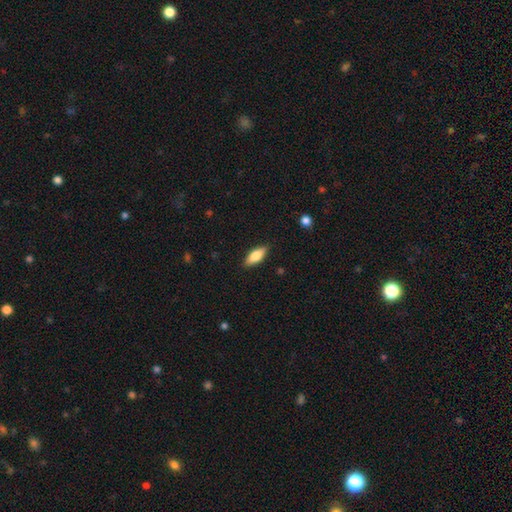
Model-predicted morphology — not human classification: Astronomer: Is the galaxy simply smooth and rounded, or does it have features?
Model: smooth — 75%.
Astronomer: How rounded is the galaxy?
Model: in between — 73%.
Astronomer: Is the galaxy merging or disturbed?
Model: none — 87%.